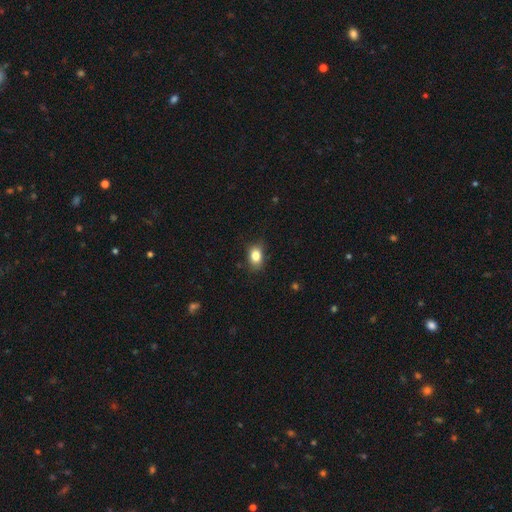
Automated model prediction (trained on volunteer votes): Smooth or featured? Predicted: smooth (p=0.83). How rounded? Predicted: in between (p=0.74). Merging? Predicted: none (p=0.76).